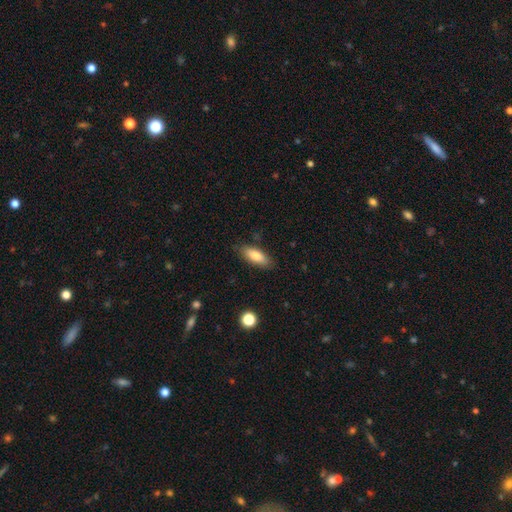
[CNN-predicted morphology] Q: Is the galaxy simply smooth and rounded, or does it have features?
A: smooth — 81%.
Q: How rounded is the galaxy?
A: in between — 70%.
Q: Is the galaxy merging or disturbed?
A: none — 84%.